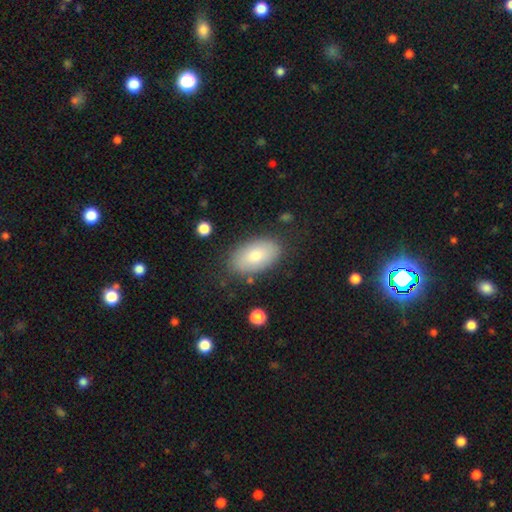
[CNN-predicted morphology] This is likely a smooth galaxy (78%). How rounded: clearly in between (94%). Merging: clearly none (80%).